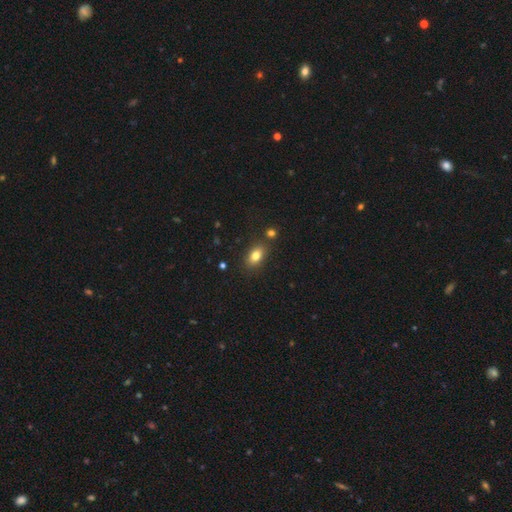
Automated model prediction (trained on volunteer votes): Smooth or featured?
  - smooth: 79% *
  - star or artifact: 11%
  - featured or disk: 10%
How rounded?
  - in between: 81% *
  - round: 17%
  - cigar-shaped: 3%
Merging?
  - none: 80% *
  - minor disturbance: 11%
  - merger: 7%
  - major disturbance: 3%